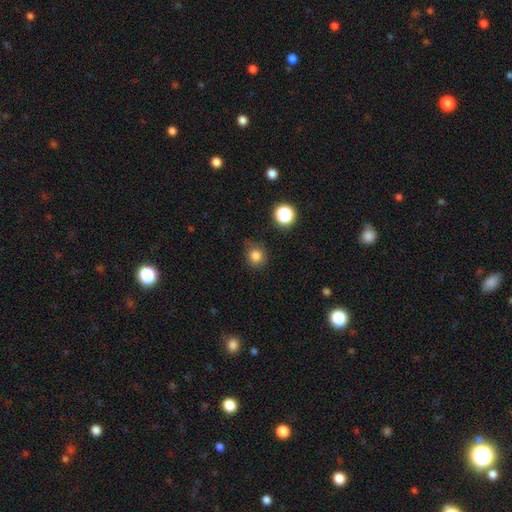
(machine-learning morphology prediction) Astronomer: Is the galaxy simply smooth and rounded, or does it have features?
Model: smooth — 82%.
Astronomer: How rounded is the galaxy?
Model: round — 84%.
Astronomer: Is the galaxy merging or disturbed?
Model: none — 76%.